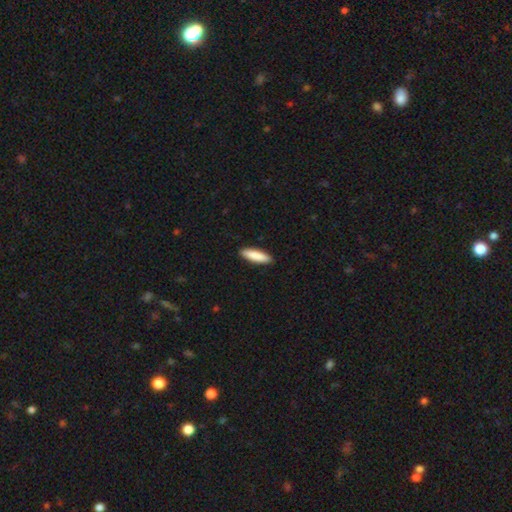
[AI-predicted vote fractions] smooth 87%, featured or disk 8%, star or artifact 5%. Down the decision tree: how rounded — cigar-shaped (68%); merging — none (91%).